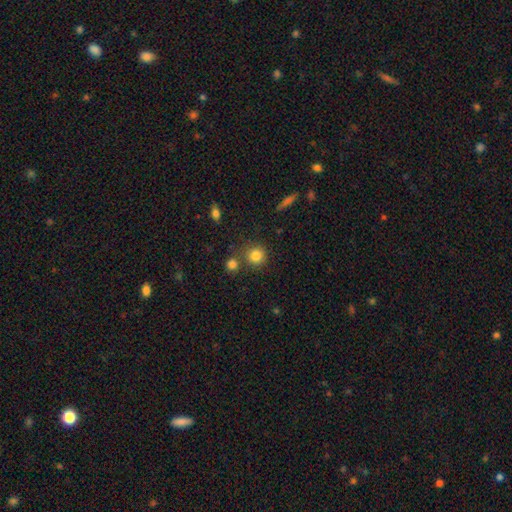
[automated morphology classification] Smooth or featured? Predicted: smooth (p=0.83). How rounded? Predicted: round (p=0.89). Merging? Predicted: none (p=0.73).